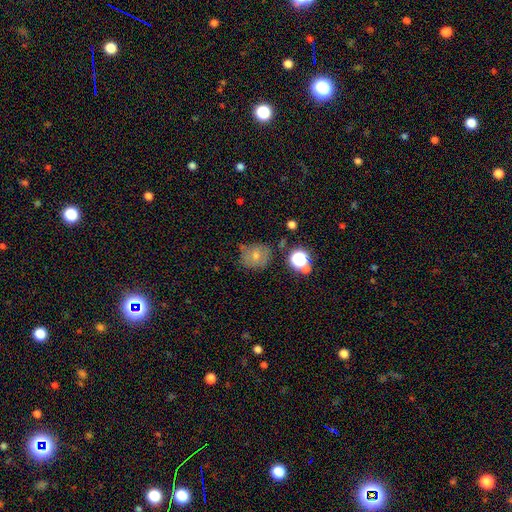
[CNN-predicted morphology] The model was most divided on "merging": none: 63%, minor disturbance: 23%, major disturbance: 8%, merger: 6%. More confident: how rounded — round (79%); smooth or featured — smooth (63%).